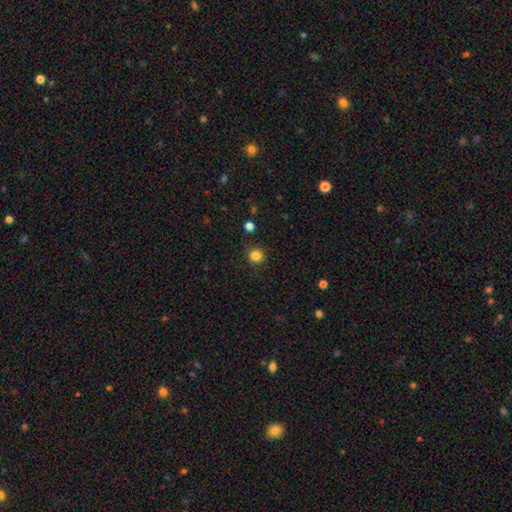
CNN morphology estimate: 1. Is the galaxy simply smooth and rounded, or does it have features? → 84% smooth, 12% star or artifact, 4% featured or disk.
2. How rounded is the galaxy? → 91% round, 8% in between, 1% cigar-shaped.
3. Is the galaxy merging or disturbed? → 90% none, 6% minor disturbance, 2% major disturbance, 1% merger.